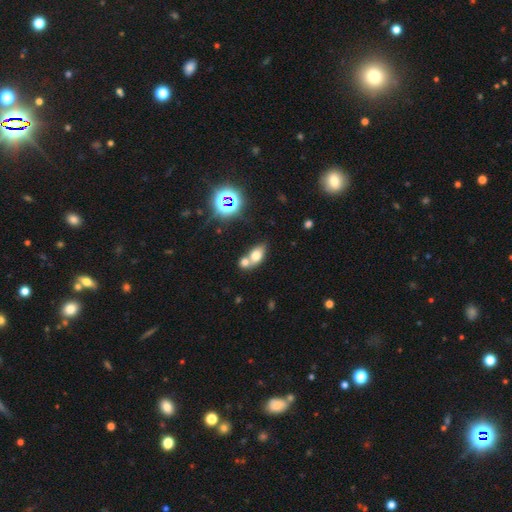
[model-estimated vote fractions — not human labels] smooth-or-featured: smooth: 70% | featured or disk: 16% | star or artifact: 14%
  how-rounded: in between: 78% | round: 19% | cigar-shaped: 3%
  merging: merger: 54% | none: 32% | minor disturbance: 9% | major disturbance: 4%